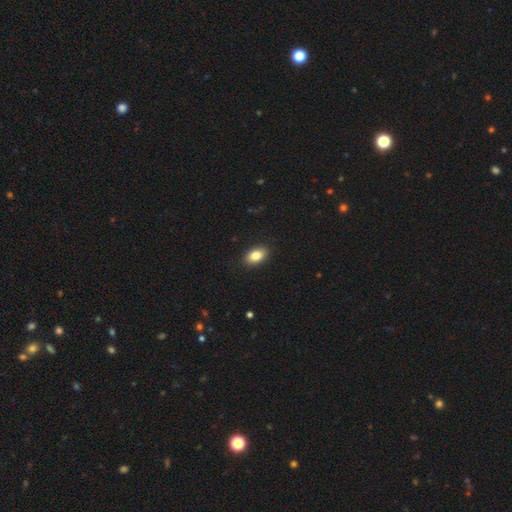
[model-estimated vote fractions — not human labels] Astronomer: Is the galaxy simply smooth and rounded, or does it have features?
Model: smooth — 84%.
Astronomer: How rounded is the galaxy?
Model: in between — 90%.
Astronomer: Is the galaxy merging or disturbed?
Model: none — 89%.